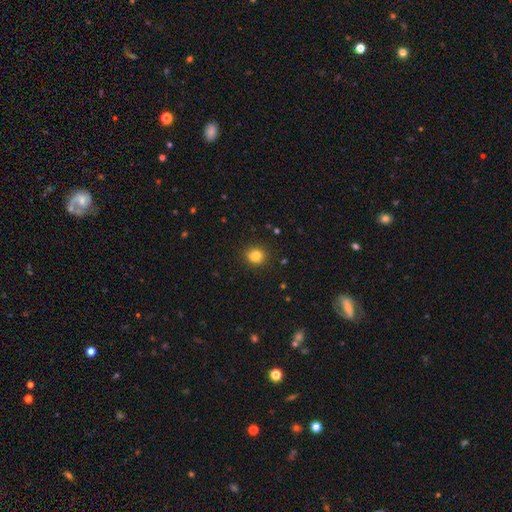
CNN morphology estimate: type=smooth (81%); roundness=round (76%); merging=none (81%).